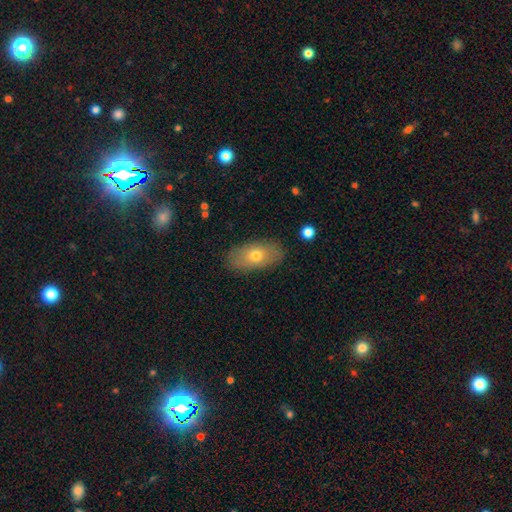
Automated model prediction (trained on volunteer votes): A smooth galaxy with no disk features (68%) that is in between round and cigar-shaped (89%).

Vote fractions:
- Smooth or featured? smooth: 68% / featured or disk: 25% / star or artifact: 8%
- How rounded? in between: 89% / round: 6% / cigar-shaped: 6%
- Merging? none: 84% / minor disturbance: 11% / major disturbance: 3% / merger: 1%